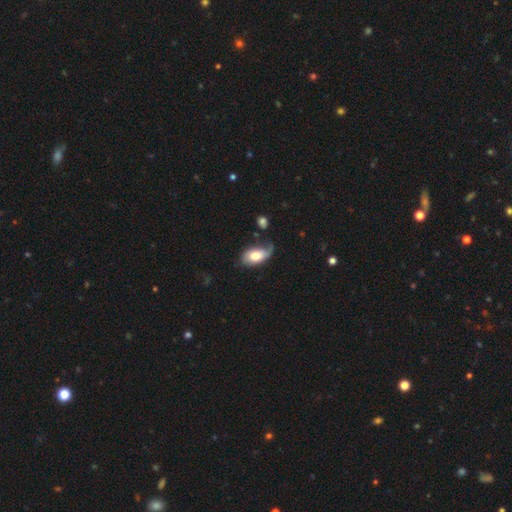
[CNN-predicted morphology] smooth-or-featured: smooth: 67% | featured or disk: 27% | star or artifact: 7%
  how-rounded: in between: 92% | round: 5% | cigar-shaped: 3%
  merging: none: 41% | minor disturbance: 32% | major disturbance: 21% | merger: 7%